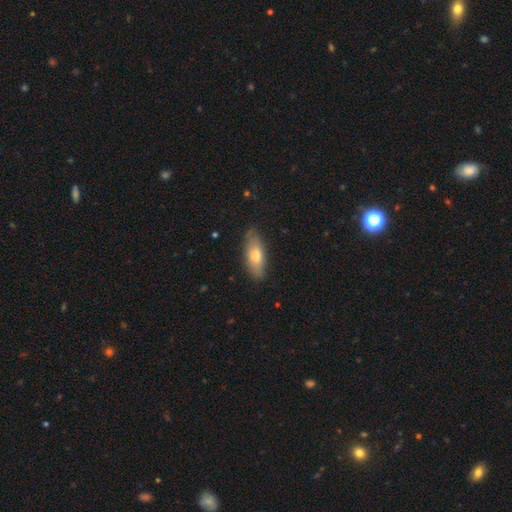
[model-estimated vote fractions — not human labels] smooth 67%, featured or disk 26%, star or artifact 6%. Down the decision tree: how rounded — in between (65%); merging — none (84%).